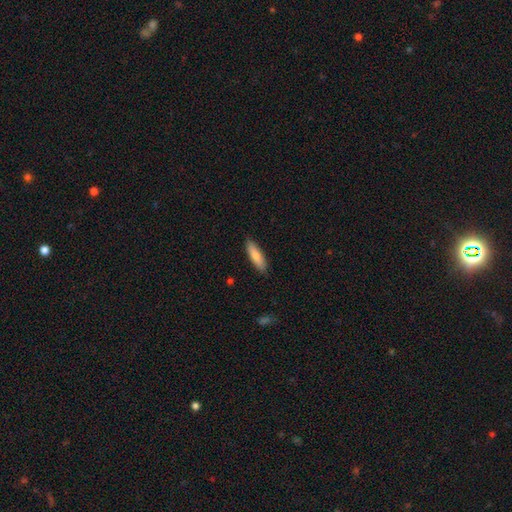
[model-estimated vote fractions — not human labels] A smooth galaxy with no disk features (80%) that is cigar-shaped (60%).

Vote fractions:
- Smooth or featured? smooth: 80% / featured or disk: 14% / star or artifact: 6%
- How rounded? cigar-shaped: 60% / in between: 38% / round: 2%
- Merging? none: 87% / minor disturbance: 10% / major disturbance: 2% / merger: 1%